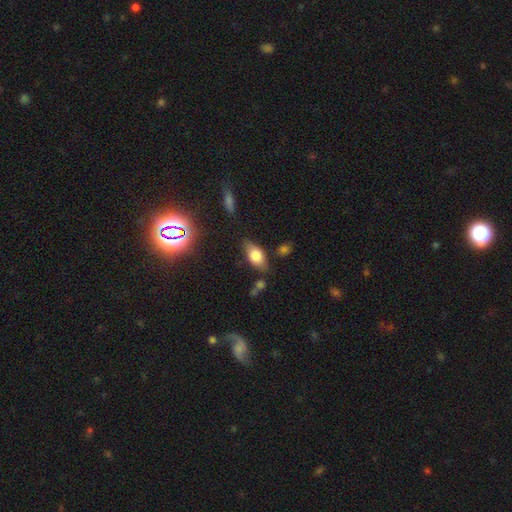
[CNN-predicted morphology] Overall: smooth (68%). How rounded: in between (86%). Merging: none (72%).